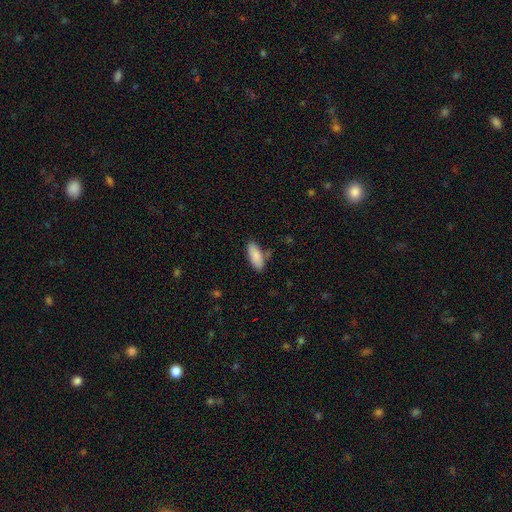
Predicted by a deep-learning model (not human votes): A smooth galaxy with no disk features (88%) that is in between round and cigar-shaped (83%). Merging: none (77%).